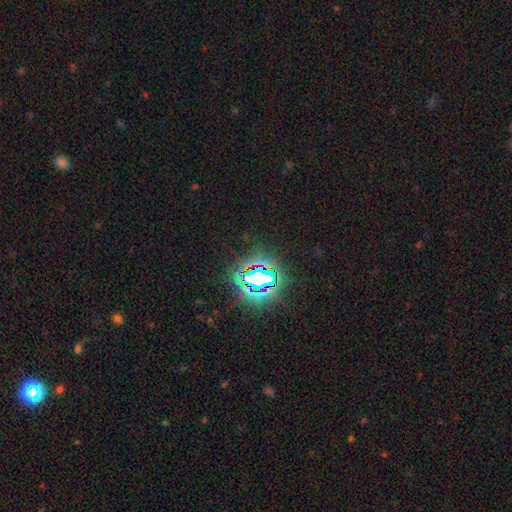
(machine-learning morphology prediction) smooth-or-featured: star or artifact: 82% | smooth: 11% | featured or disk: 7%